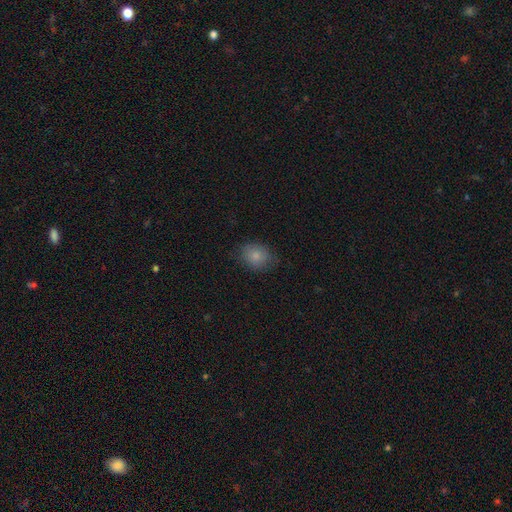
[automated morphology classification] type=smooth (84%); roundness=round (53%); merging=none (78%).